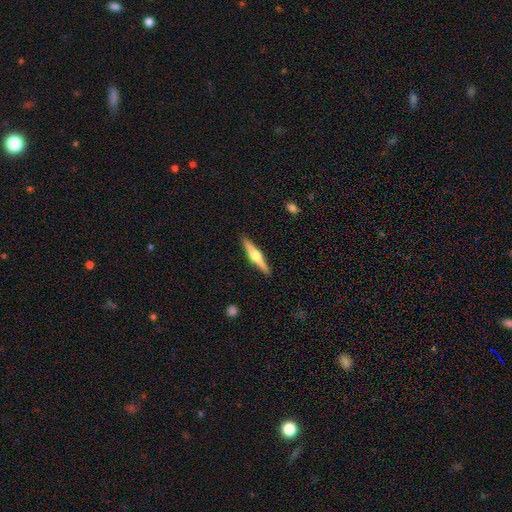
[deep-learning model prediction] Morphology: type=featured or disk (74%); edge-on=yes (98%); edge-on bulge=rounded (96%); merging=none (91%).